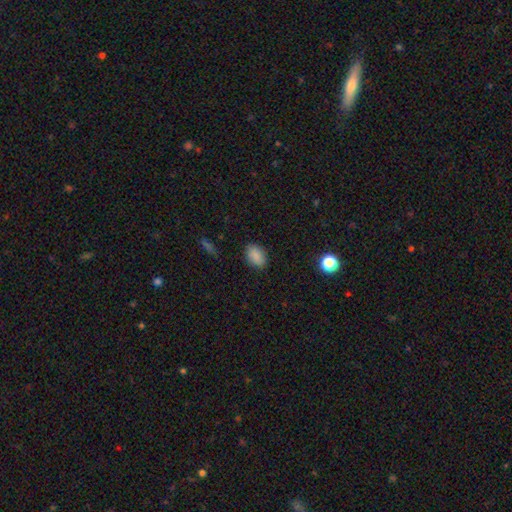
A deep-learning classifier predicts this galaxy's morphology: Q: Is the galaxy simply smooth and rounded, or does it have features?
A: smooth — 87%.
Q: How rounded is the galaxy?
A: in between — 83%.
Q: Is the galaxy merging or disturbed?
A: none — 86%.